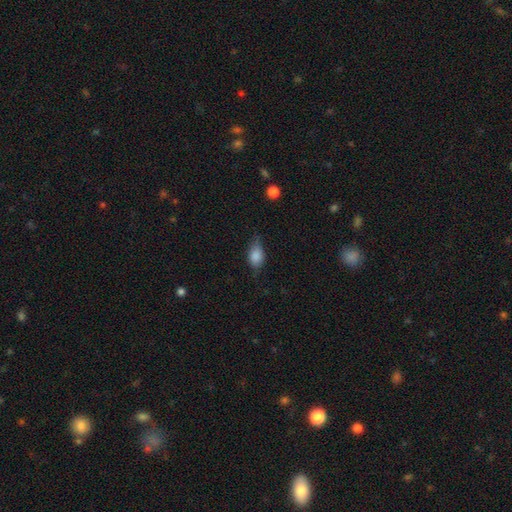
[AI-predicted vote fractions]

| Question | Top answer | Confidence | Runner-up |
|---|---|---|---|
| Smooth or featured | smooth | 81% | featured or disk (11%) |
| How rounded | in between | 83% | round (12%) |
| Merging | none | 58% | minor disturbance (32%) |